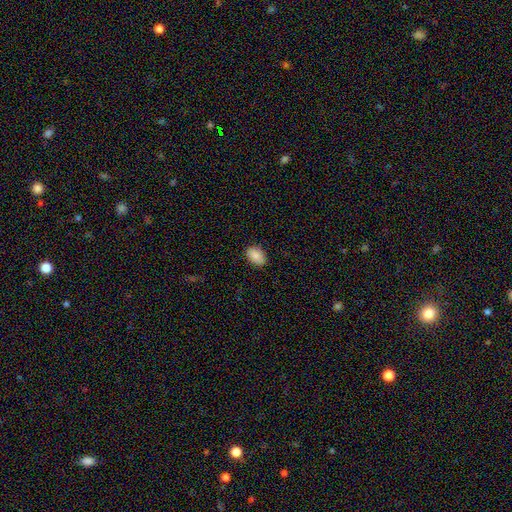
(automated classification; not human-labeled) Q: Smooth or featured?
A: smooth (86%); runner-up: star or artifact (7%)
Q: How rounded?
A: in between (88%); runner-up: round (10%)
Q: Merging?
A: none (87%); runner-up: minor disturbance (10%)